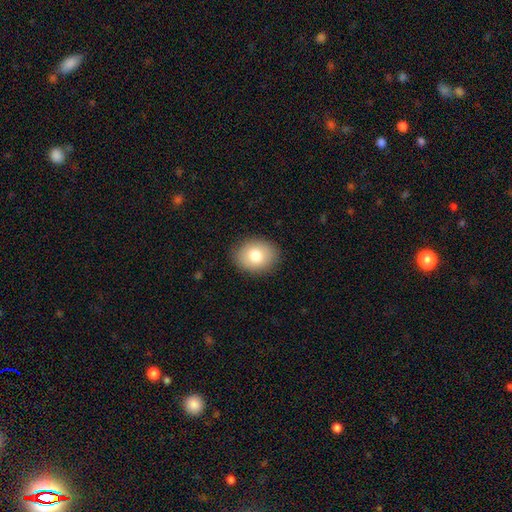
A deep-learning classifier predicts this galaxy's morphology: smooth 78%, featured or disk 13%, star or artifact 8%. Down the decision tree: how rounded — round (50%); merging — none (88%).